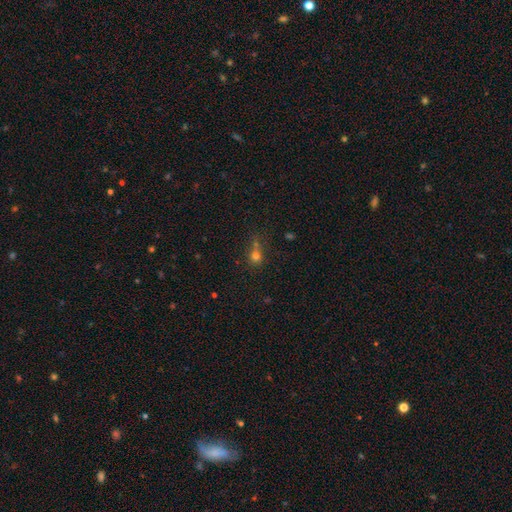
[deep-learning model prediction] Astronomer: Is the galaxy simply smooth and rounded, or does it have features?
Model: smooth — 69%.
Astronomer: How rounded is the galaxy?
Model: round — 81%.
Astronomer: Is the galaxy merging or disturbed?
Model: none — 49% (runner-up: merger, 27%).